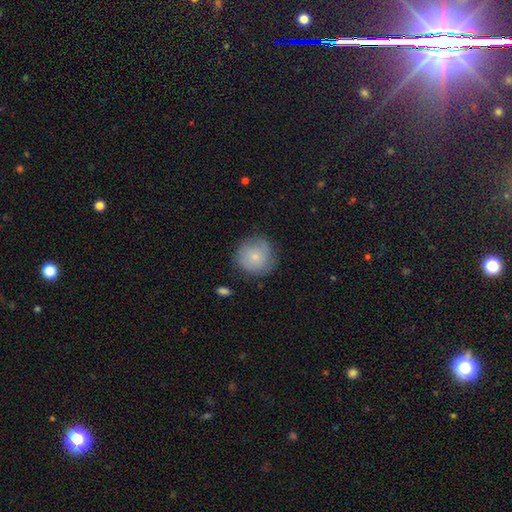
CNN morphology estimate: Overall: smooth (68%). How rounded: round (93%). Merging: none (77%).